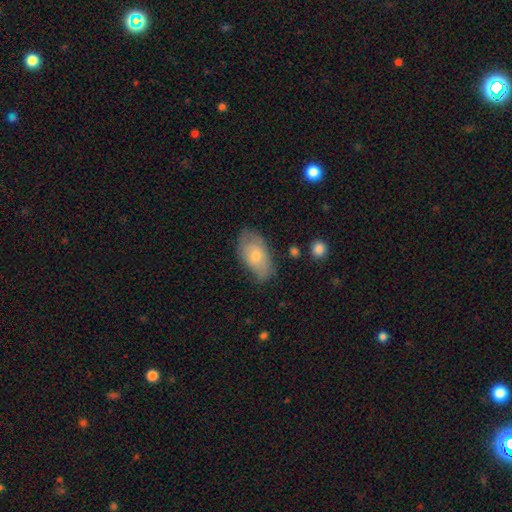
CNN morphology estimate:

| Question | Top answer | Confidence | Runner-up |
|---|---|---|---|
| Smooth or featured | smooth | 65% | featured or disk (28%) |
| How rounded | in between | 92% | round (5%) |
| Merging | none | 68% | minor disturbance (25%) |